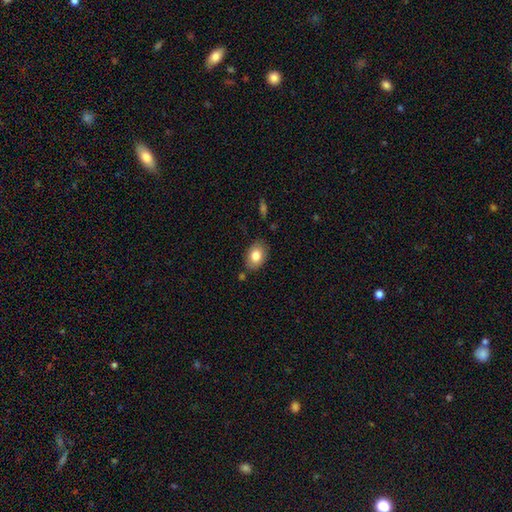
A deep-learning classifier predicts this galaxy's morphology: Smooth or featured?
  - smooth: 81% *
  - featured or disk: 11%
  - star or artifact: 8%
How rounded?
  - in between: 80% *
  - round: 19%
  - cigar-shaped: 1%
Merging?
  - none: 79% *
  - minor disturbance: 14%
  - merger: 4%
  - major disturbance: 3%